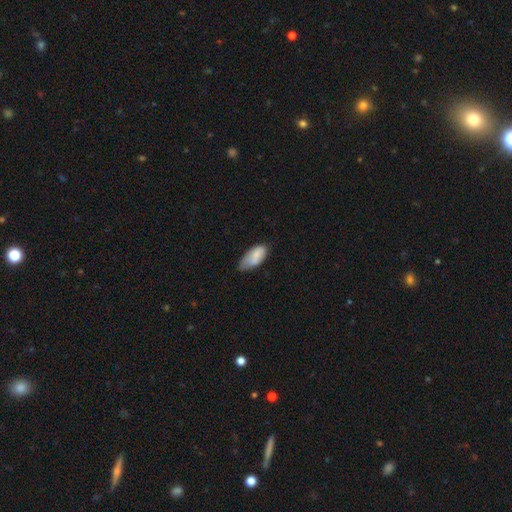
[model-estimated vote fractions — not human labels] A smooth galaxy with no disk features (79%) that is in between round and cigar-shaped (90%).

Vote fractions:
- Smooth or featured? smooth: 79% / featured or disk: 14% / star or artifact: 7%
- How rounded? in between: 90% / cigar-shaped: 8% / round: 2%
- Merging? none: 43% / minor disturbance: 41% / major disturbance: 11% / merger: 4%